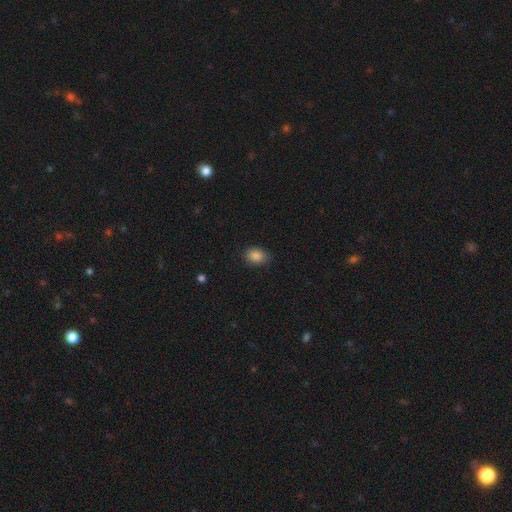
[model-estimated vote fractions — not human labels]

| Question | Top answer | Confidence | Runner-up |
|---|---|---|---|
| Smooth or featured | smooth | 87% | star or artifact (9%) |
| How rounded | in between | 70% | round (29%) |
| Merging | none | 82% | minor disturbance (14%) |